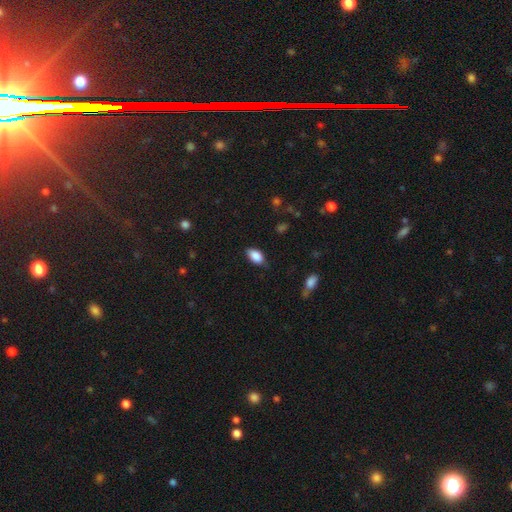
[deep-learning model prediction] The model was most divided on "merging": none: 77%, minor disturbance: 18%, major disturbance: 3%, merger: 1%. More confident: how rounded — in between (92%); smooth or featured — smooth (87%).